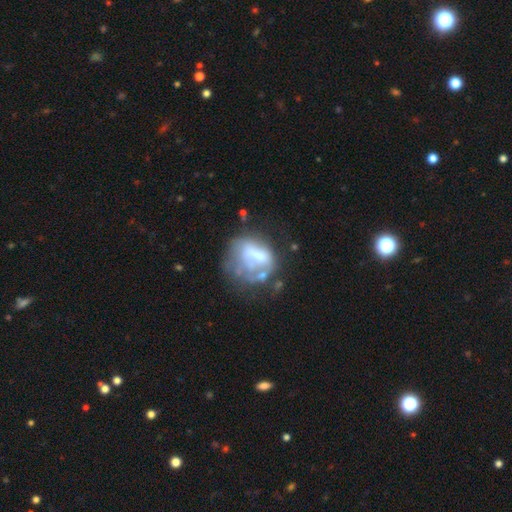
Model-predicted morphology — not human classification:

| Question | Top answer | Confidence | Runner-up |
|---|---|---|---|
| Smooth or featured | featured or disk | 51% | smooth (38%) |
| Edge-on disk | no | 97% | yes (3%) |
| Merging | major disturbance | 33% | none (30%) |